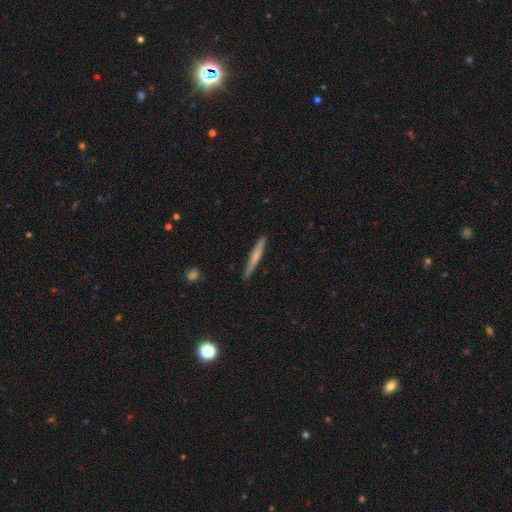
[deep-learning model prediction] Morphology: type=smooth (59%); roundness=cigar-shaped (96%); merging=none (90%).